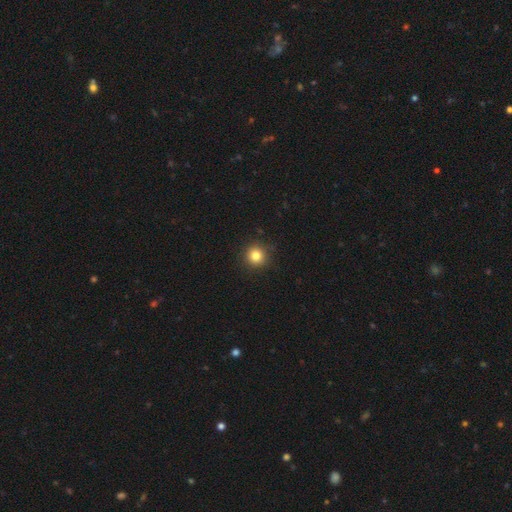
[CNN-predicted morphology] smooth 82%, star or artifact 12%, featured or disk 6%. Down the decision tree: how rounded — round (94%); merging — none (91%).